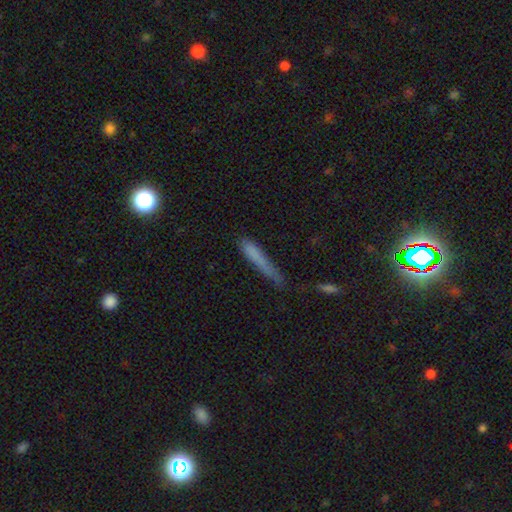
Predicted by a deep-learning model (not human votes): smooth 73%, featured or disk 18%, star or artifact 9%. Down the decision tree: how rounded — cigar-shaped (92%); merging — none (52%).